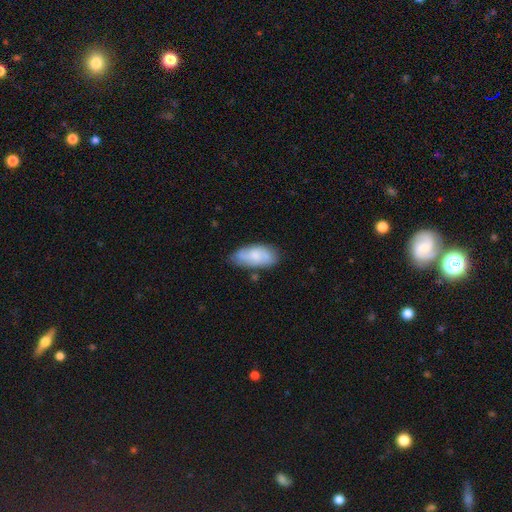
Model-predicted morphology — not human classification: smooth 62%, featured or disk 31%, star or artifact 6%. Down the decision tree: how rounded — in between (89%); merging — none (65%).